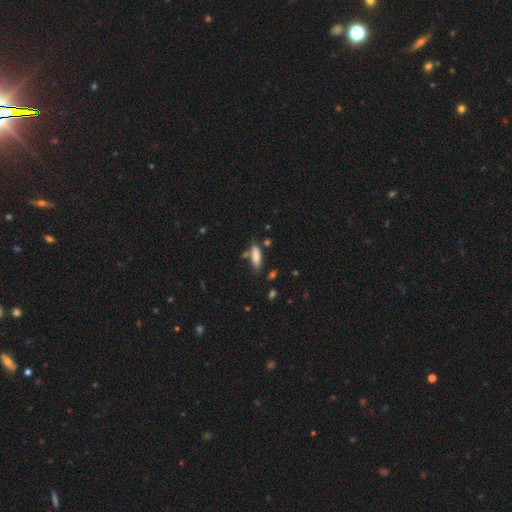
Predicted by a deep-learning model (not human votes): Smooth or featured: smooth — 81% (featured or disk — 12%)
How rounded: in between — 55% (cigar-shaped — 43%)
Merging: none — 68% (minor disturbance — 19%)